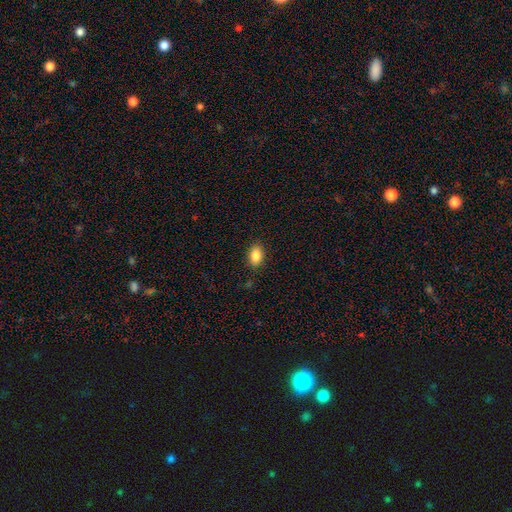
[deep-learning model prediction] smooth-or-featured: smooth: 87% | star or artifact: 8% | featured or disk: 5%
  how-rounded: in between: 88% | round: 10% | cigar-shaped: 2%
  merging: none: 87% | minor disturbance: 9% | major disturbance: 2% | merger: 1%